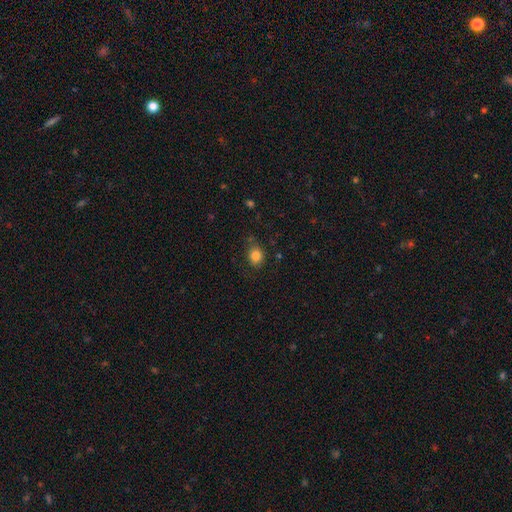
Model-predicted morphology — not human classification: smooth-or-featured: smooth: 83% | star or artifact: 11% | featured or disk: 6%
  how-rounded: round: 56% | in between: 43% | cigar-shaped: 1%
  merging: none: 78% | minor disturbance: 16% | major disturbance: 4% | merger: 3%